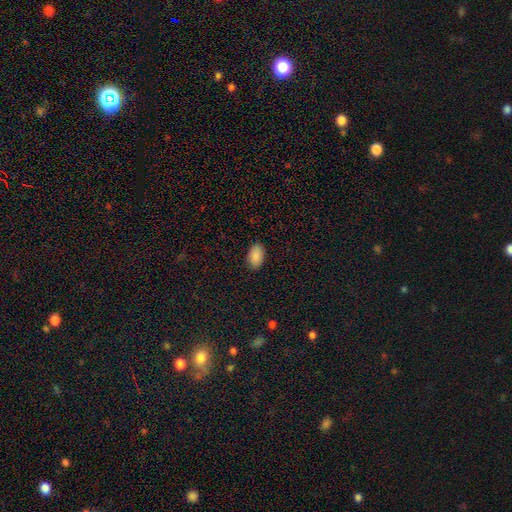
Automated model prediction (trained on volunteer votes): The model was most divided on "merging": none: 89%, minor disturbance: 8%, major disturbance: 2%, merger: 1%. More confident: how rounded — in between (94%); smooth or featured — smooth (90%).